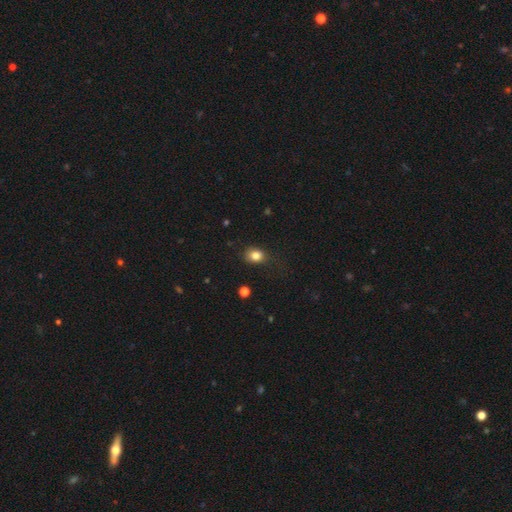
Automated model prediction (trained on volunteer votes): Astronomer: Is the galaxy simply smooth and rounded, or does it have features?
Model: smooth — 82%.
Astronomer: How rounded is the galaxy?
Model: round — 50% (runner-up: in between, 48%).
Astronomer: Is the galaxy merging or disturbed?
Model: none — 70%.